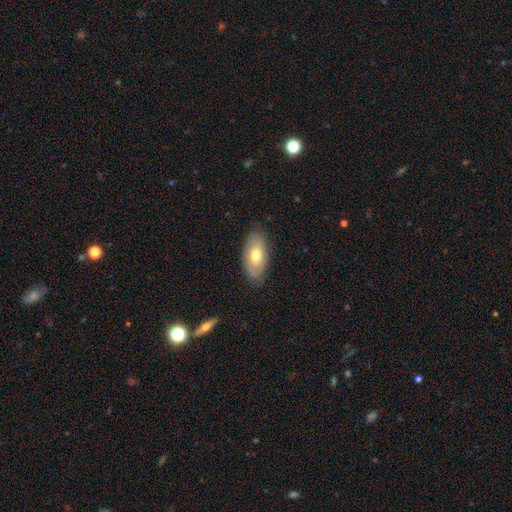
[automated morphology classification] smooth_or_featured: smooth (p=0.61) [alt: featured or disk p=0.33]
how_rounded: in between (p=0.92) [alt: cigar-shaped p=0.04]
merging: none (p=0.81) [alt: minor disturbance p=0.15]